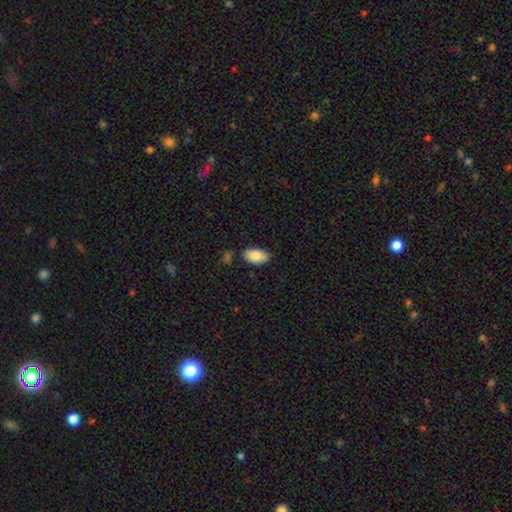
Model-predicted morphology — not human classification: A smooth galaxy with no disk features (88%) that is in between round and cigar-shaped (95%). Merging: none (83%).